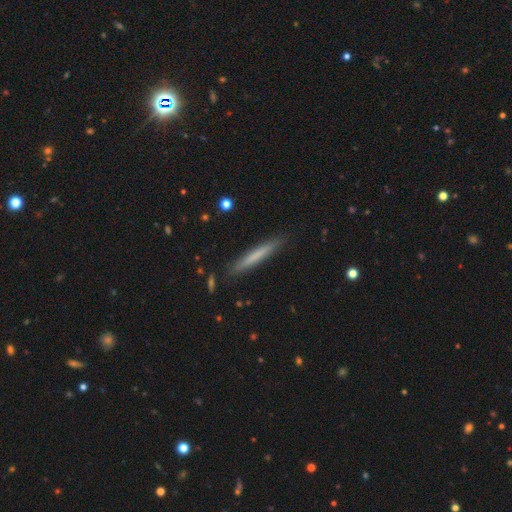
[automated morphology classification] Smooth or featured: smooth — 66% (featured or disk — 28%)
How rounded: cigar-shaped — 96% (in between — 3%)
Merging: none — 89% (minor disturbance — 8%)